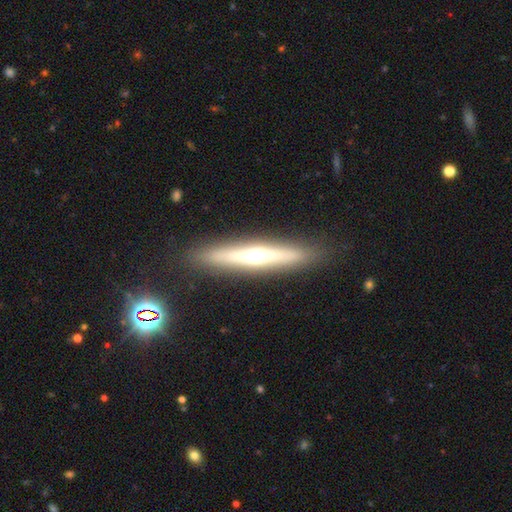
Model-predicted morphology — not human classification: This is possibly a featured or disk galaxy (59%). It is clearly viewed edge-on (91%). Edge-on bulge: clearly rounded (83%). Merging: clearly none (88%).